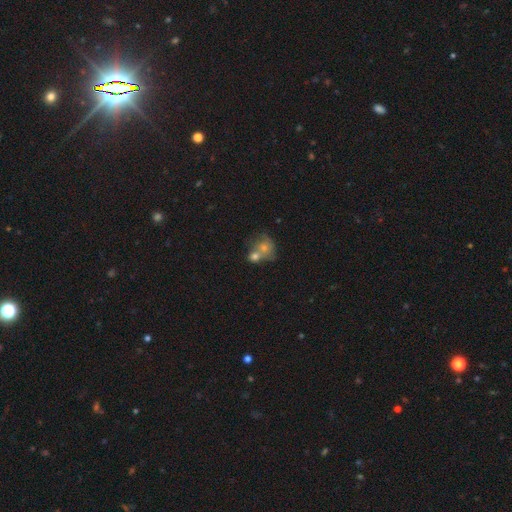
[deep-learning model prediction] The model was most divided on "how rounded": round: 65%, in between: 34%, cigar-shaped: 1%. More confident: smooth or featured — smooth (67%); merging — merger (59%).